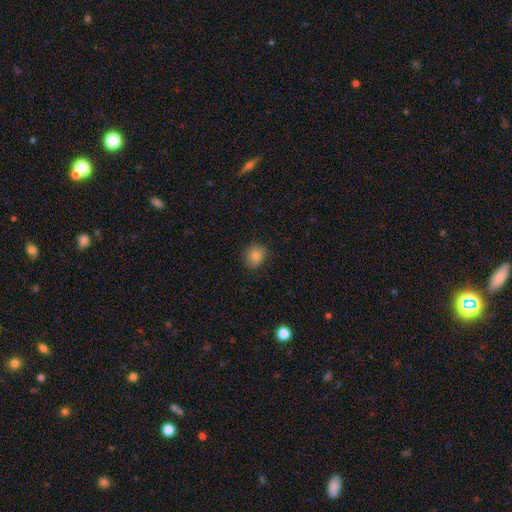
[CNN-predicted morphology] The model was most divided on "how rounded": round: 71%, in between: 29%, cigar-shaped: 1%. More confident: merging — none (85%); smooth or featured — smooth (83%).